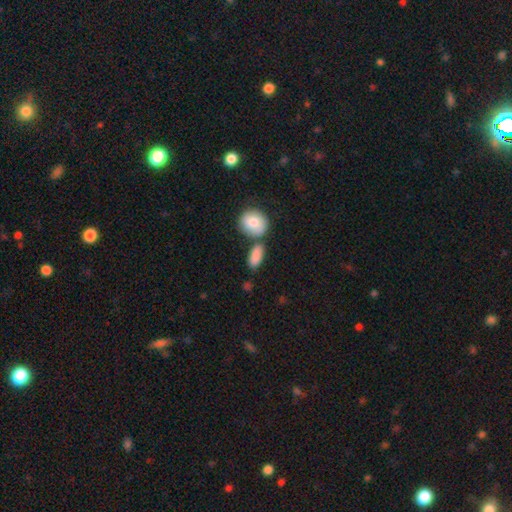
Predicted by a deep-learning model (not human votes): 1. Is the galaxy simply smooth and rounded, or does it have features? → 87% smooth, 7% featured or disk, 6% star or artifact.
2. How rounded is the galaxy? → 82% in between, 9% cigar-shaped, 9% round.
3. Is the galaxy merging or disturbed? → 61% none, 21% merger, 14% minor disturbance, 4% major disturbance.